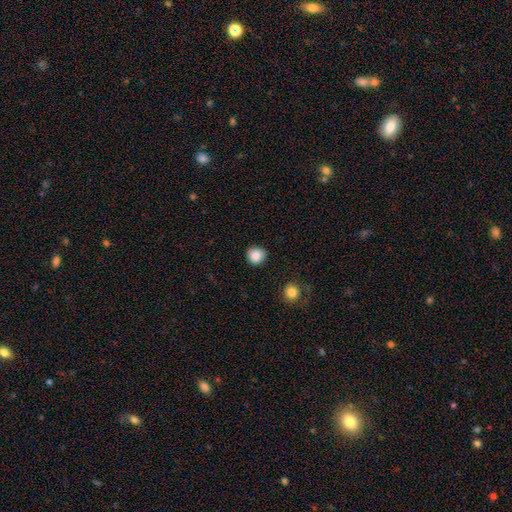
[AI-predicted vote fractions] Smooth or featured? Predicted: smooth (p=0.87). How rounded? Predicted: round (p=0.90). Merging? Predicted: none (p=0.86).